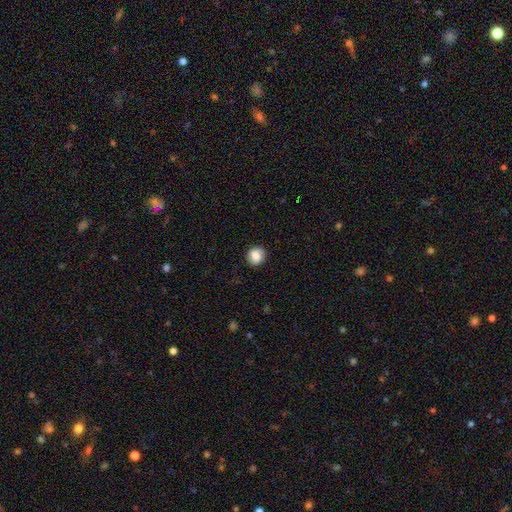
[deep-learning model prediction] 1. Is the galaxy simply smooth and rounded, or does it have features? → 80% smooth, 12% featured or disk, 9% star or artifact.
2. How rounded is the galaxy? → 79% round, 20% in between, 1% cigar-shaped.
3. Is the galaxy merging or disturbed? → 85% none, 11% minor disturbance, 3% major disturbance, 1% merger.